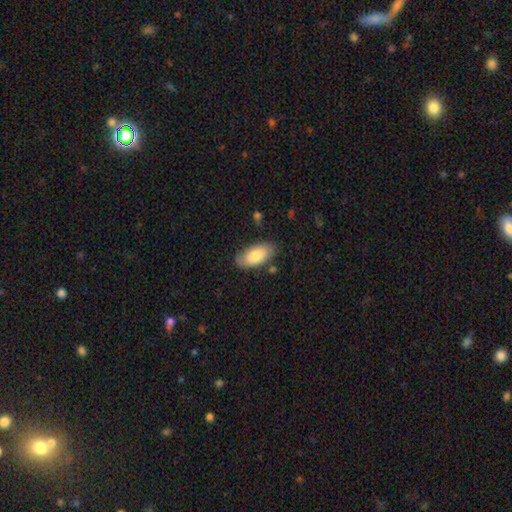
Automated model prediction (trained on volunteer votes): This appears to be a smooth galaxy with no disk features (81%) that is in between round and cigar-shaped (92%). Merging: none (77%).